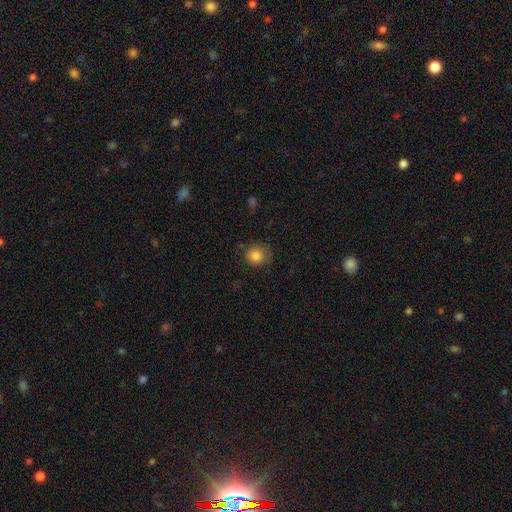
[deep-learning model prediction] smooth-or-featured: smooth: 84% | star or artifact: 10% | featured or disk: 5%
  how-rounded: round: 88% | in between: 11% | cigar-shaped: 1%
  merging: none: 76% | minor disturbance: 17% | major disturbance: 5% | merger: 2%